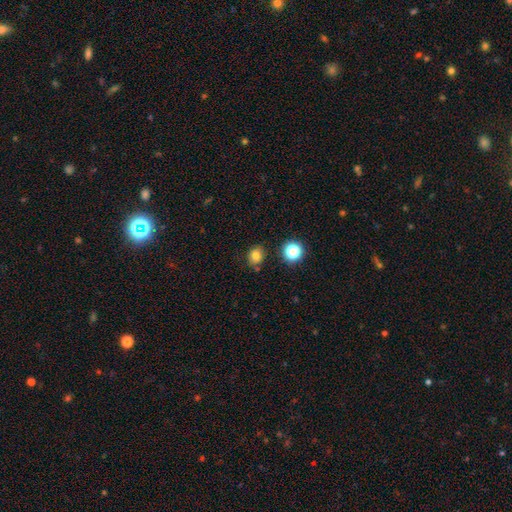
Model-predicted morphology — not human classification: Q: Smooth or featured?
A: smooth (76%); runner-up: star or artifact (16%)
Q: How rounded?
A: round (62%); runner-up: in between (37%)
Q: Merging?
A: none (79%); runner-up: minor disturbance (13%)